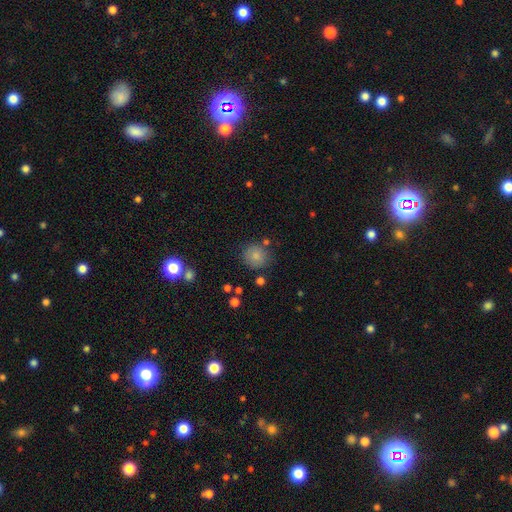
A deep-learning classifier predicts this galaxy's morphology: Smooth or featured? Predicted: smooth (p=0.83). How rounded? Predicted: round (p=0.90). Merging? Predicted: none (p=0.80).